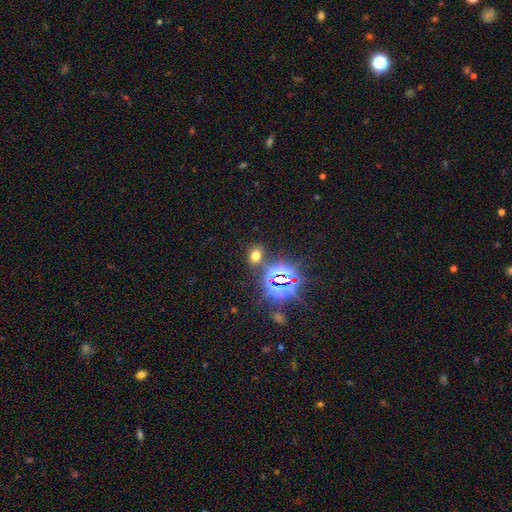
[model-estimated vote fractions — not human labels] Smooth or featured: smooth — 58% (star or artifact — 34%)
How rounded: in between — 55% (round — 43%)
Merging: none — 78% (minor disturbance — 10%)